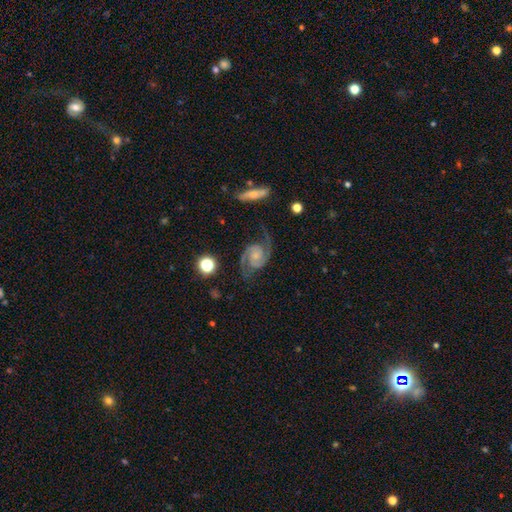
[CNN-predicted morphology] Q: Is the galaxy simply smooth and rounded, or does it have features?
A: featured or disk — 92%.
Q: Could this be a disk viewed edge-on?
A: no — 98%.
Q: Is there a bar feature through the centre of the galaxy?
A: no — 64%.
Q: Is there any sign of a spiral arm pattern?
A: yes — 98%.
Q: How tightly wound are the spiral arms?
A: medium — 57%.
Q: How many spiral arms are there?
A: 2 — 94%.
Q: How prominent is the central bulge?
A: small — 49%.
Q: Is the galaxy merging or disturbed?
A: none — 73%.